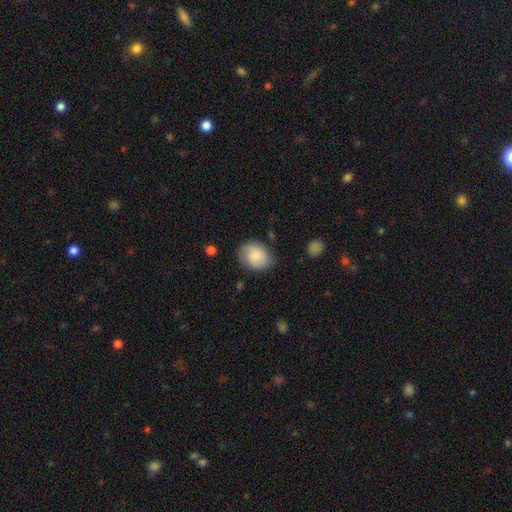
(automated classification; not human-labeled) This is likely a smooth galaxy (75%). How rounded: possibly in between (51%). Merging: likely none (72%).